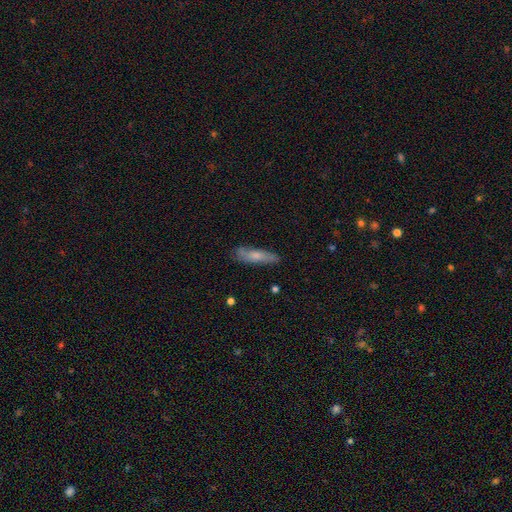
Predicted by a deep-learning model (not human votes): smooth-or-featured: smooth: 63% | featured or disk: 30% | star or artifact: 6%
  how-rounded: cigar-shaped: 73% | in between: 25% | round: 2%
  merging: none: 76% | minor disturbance: 18% | major disturbance: 4% | merger: 2%